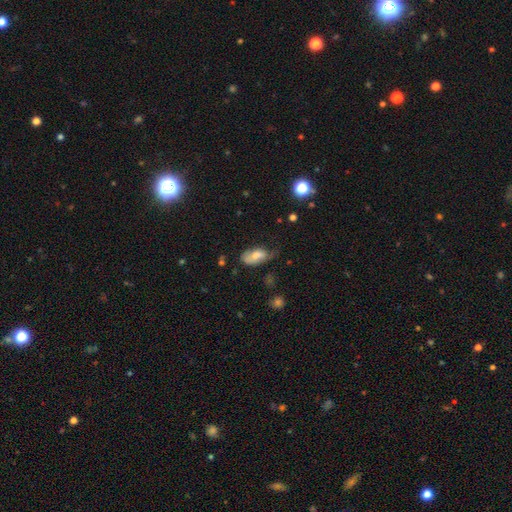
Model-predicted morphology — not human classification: smooth 68%, featured or disk 24%, star or artifact 8%. Down the decision tree: how rounded — in between (92%); merging — minor disturbance (38%).